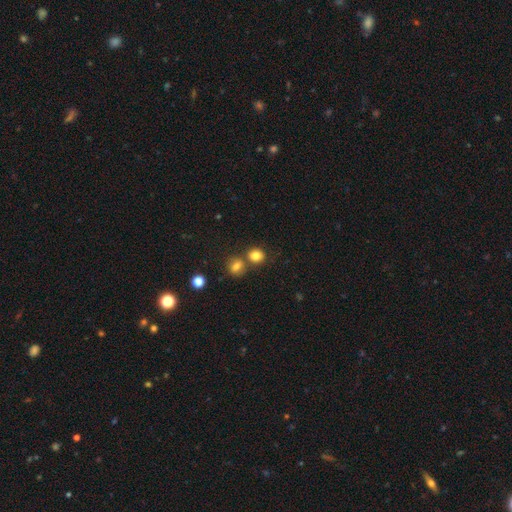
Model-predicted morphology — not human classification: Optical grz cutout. It shows a smooth galaxy with no disk features (81%) that is round (79%). Merging: none (64%).